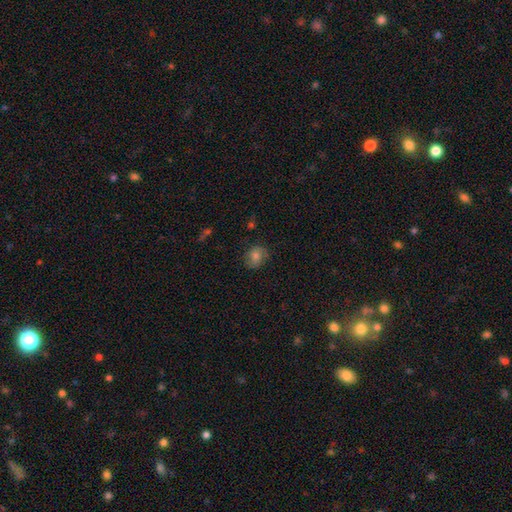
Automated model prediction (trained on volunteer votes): smooth-or-featured: smooth: 72% | featured or disk: 16% | star or artifact: 11%
  how-rounded: round: 59% | in between: 40% | cigar-shaped: 1%
  merging: none: 77% | minor disturbance: 17% | major disturbance: 4% | merger: 1%